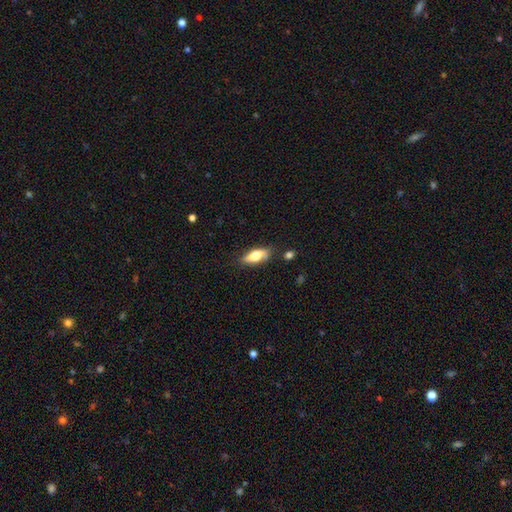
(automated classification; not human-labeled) smooth-or-featured: smooth: 57% | featured or disk: 36% | star or artifact: 7%
  how-rounded: in between: 66% | cigar-shaped: 30% | round: 3%
  merging: none: 77% | minor disturbance: 16% | merger: 4% | major disturbance: 4%